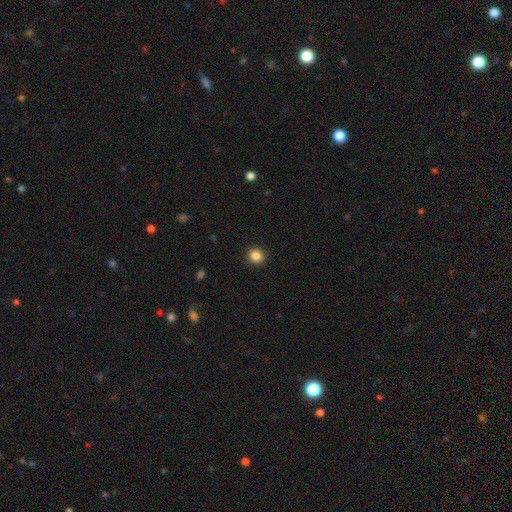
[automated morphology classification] Smooth or featured?
  - smooth: 86% *
  - star or artifact: 11%
  - featured or disk: 3%
How rounded?
  - round: 91% *
  - in between: 8%
  - cigar-shaped: 1%
Merging?
  - none: 92% *
  - minor disturbance: 5%
  - major disturbance: 2%
  - merger: 1%